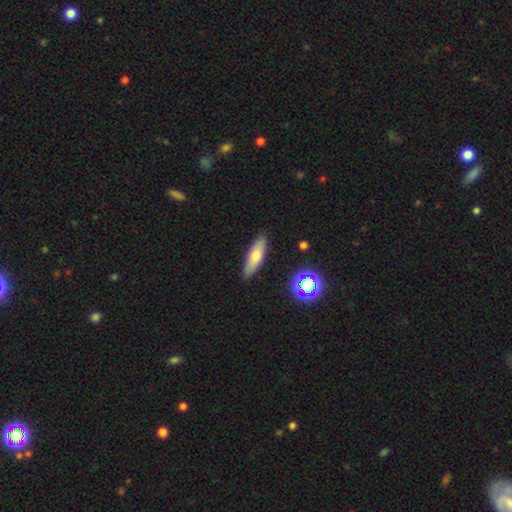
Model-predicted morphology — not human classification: Smooth or featured? smooth (65%)
How rounded? cigar-shaped (52%)
Merging? none (87%)